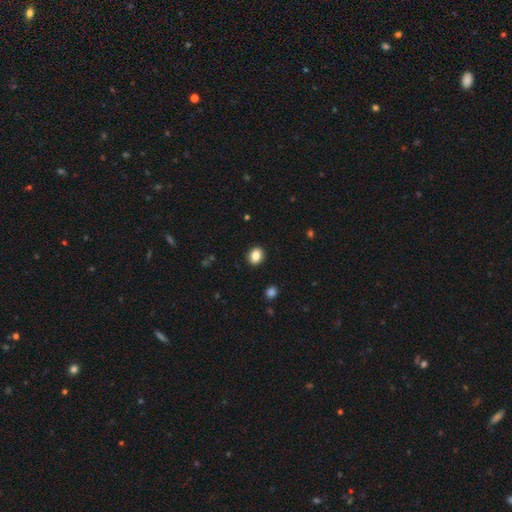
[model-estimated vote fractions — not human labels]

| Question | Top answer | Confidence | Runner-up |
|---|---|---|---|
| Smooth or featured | smooth | 85% | star or artifact (9%) |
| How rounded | round | 55% | in between (45%) |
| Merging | none | 91% | minor disturbance (6%) |